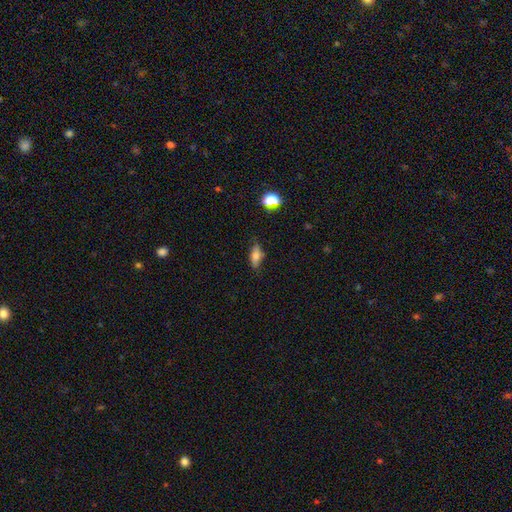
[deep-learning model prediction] Q: Smooth or featured?
A: smooth (67%); runner-up: featured or disk (24%)
Q: How rounded?
A: in between (69%); runner-up: cigar-shaped (27%)
Q: Merging?
A: none (76%); runner-up: minor disturbance (18%)